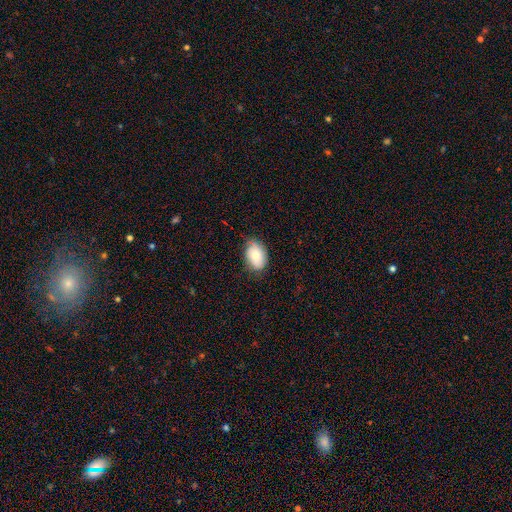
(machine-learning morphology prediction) This is likely a smooth galaxy (73%). How rounded: clearly in between (88%). Merging: likely none (70%).